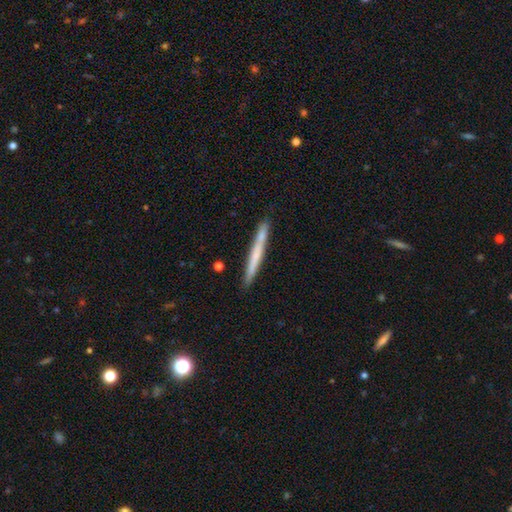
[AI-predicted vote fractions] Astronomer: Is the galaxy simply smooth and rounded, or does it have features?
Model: smooth — 56% (runner-up: featured or disk, 38%).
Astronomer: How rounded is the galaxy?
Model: cigar-shaped — 97%.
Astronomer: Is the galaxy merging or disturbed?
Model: none — 84%.